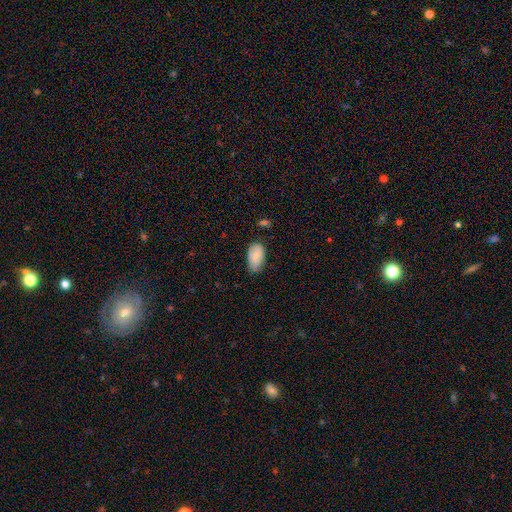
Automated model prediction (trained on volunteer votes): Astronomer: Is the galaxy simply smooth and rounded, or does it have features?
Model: smooth — 85%.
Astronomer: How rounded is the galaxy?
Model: in between — 94%.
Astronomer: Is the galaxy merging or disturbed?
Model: none — 58% (runner-up: minor disturbance, 34%).